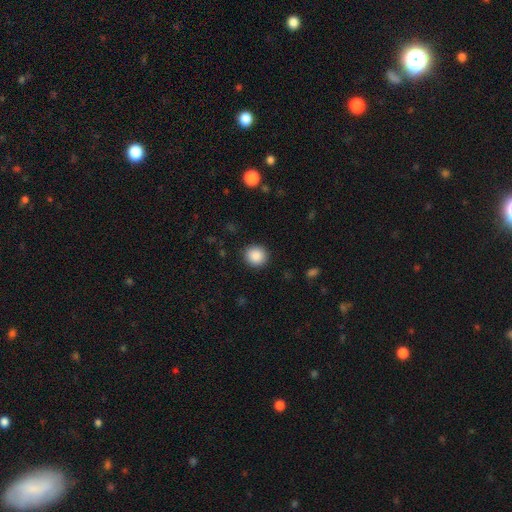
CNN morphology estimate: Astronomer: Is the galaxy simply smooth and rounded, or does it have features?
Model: smooth — 88%.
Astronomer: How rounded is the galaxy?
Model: round — 87%.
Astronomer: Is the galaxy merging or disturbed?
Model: none — 90%.